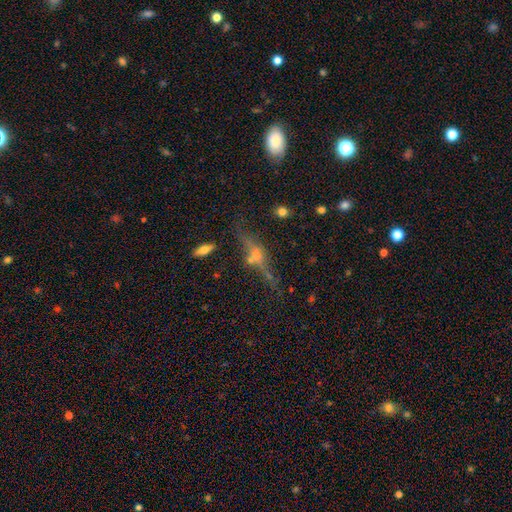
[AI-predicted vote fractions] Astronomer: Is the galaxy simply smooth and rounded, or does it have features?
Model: featured or disk — 62%.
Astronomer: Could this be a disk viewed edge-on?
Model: yes — 80%.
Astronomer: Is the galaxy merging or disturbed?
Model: none — 60%.